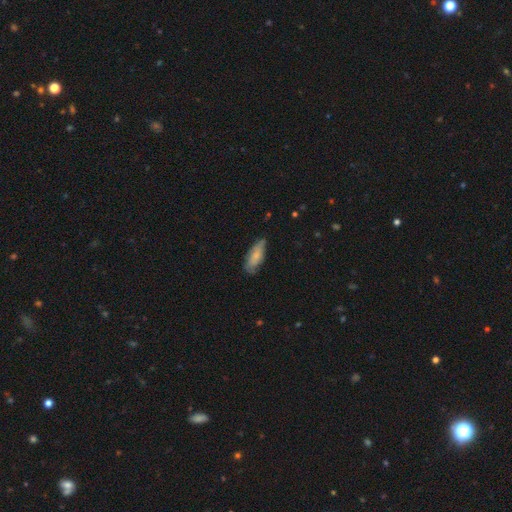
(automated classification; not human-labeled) Morphology: type=smooth (71%); roundness=in between (77%); merging=none (63%).